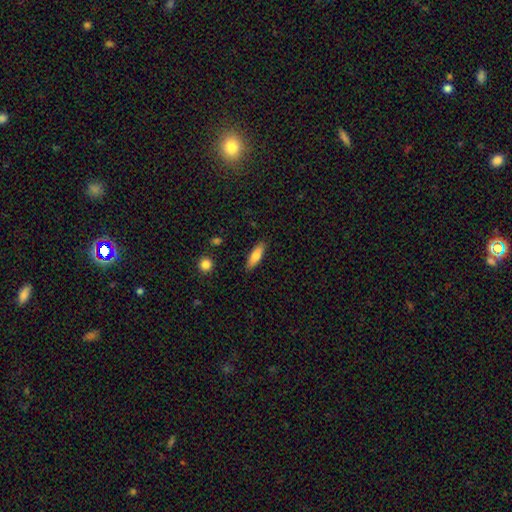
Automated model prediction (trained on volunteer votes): Smooth or featured?
  - smooth: 79% *
  - featured or disk: 14%
  - star or artifact: 6%
How rounded?
  - cigar-shaped: 52% *
  - in between: 46%
  - round: 2%
Merging?
  - none: 86% *
  - minor disturbance: 10%
  - major disturbance: 2%
  - merger: 1%